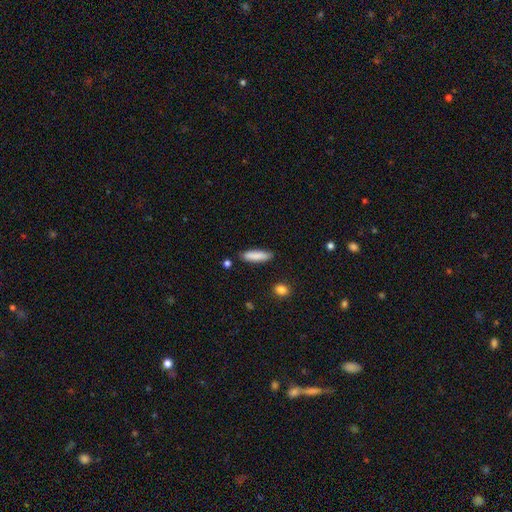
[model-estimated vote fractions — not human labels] Overall: smooth (86%). How rounded: cigar-shaped (72%). Merging: none (87%).